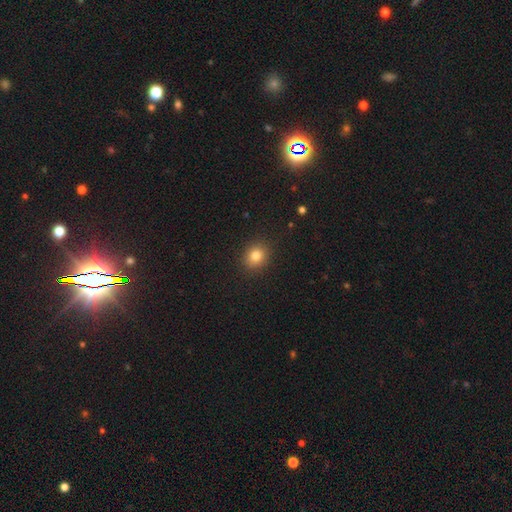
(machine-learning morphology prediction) This is clearly a smooth galaxy (81%). How rounded: likely round (71%). Merging: clearly none (89%).